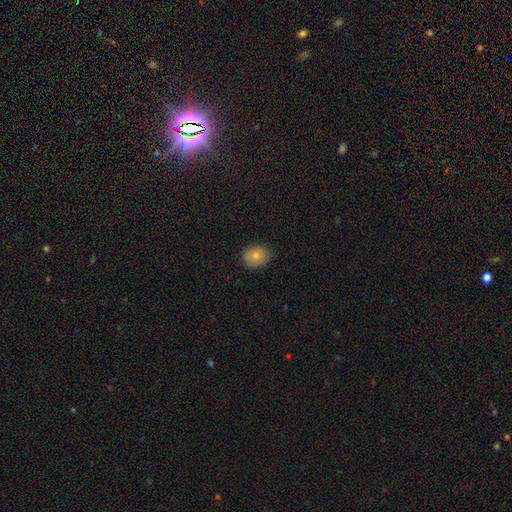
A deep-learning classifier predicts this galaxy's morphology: This appears to be a smooth galaxy with no disk features (76%) that is round (55%). Merging: none (79%).